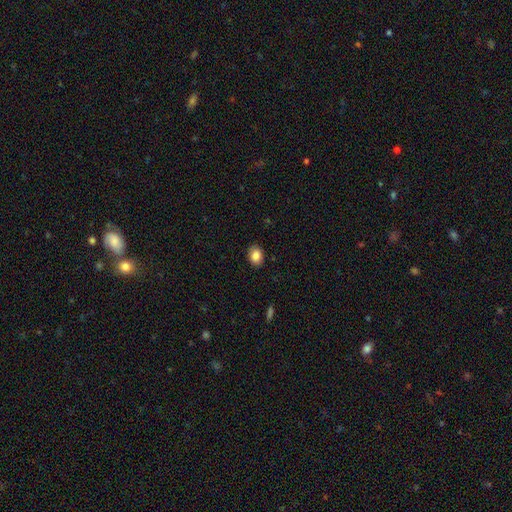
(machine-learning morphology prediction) Smooth or featured: smooth — 86% (star or artifact — 9%)
How rounded: in between — 65% (round — 34%)
Merging: none — 89% (minor disturbance — 8%)